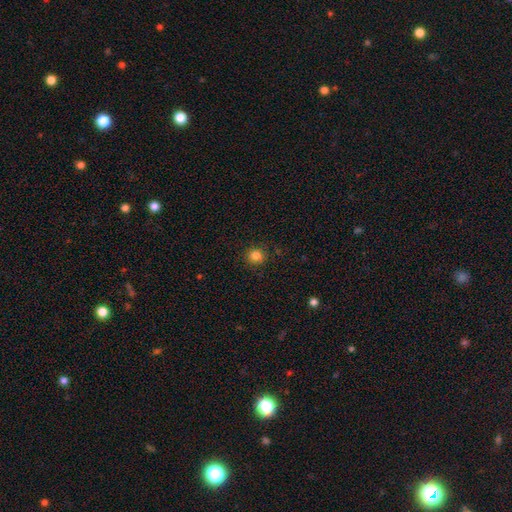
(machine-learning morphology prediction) Smooth or featured? smooth (84%)
How rounded? round (90%)
Merging? none (89%)